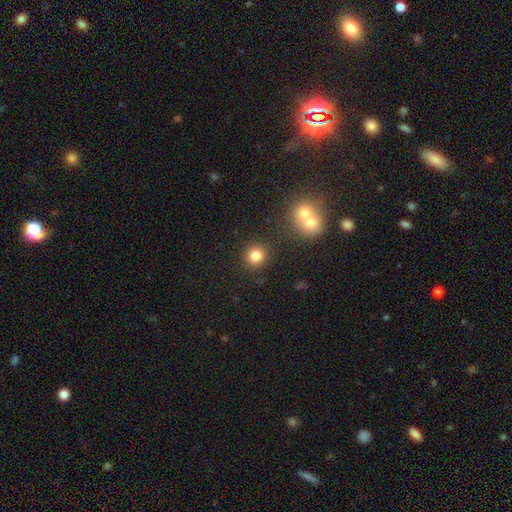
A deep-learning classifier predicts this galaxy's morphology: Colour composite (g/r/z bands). It shows a smooth galaxy with no disk features (82%) that is round (91%). Merging: none (87%).